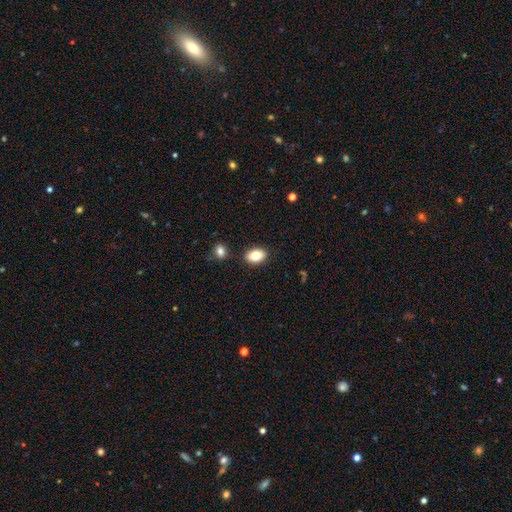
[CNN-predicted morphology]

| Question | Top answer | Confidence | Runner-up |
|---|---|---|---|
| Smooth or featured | smooth | 82% | featured or disk (10%) |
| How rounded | in between | 85% | round (13%) |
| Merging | none | 87% | minor disturbance (8%) |